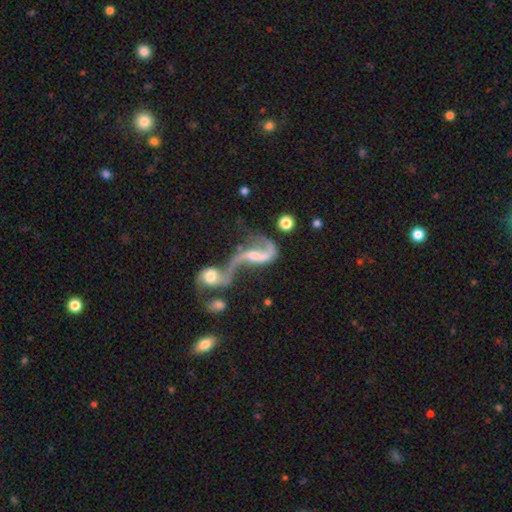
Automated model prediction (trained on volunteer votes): Smooth or featured? featured or disk (83%)
Edge-on disk? no (95%)
Bar? weak (43%)
Spiral arms? yes (90%)
Spiral winding? loose (83%)
Spiral arm count? 2 (83%)
Bulge size? small (36%, tied with moderate)
Merging? merger (62%)